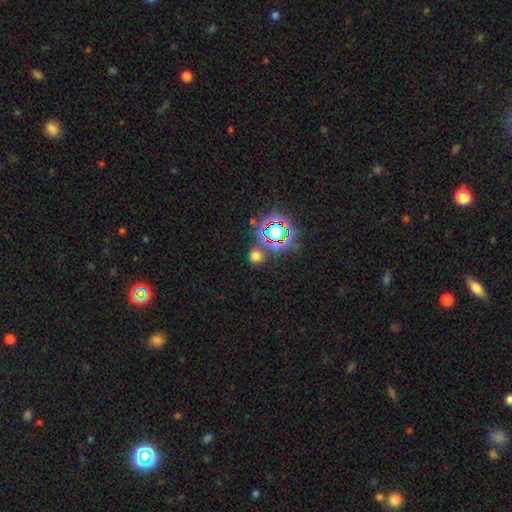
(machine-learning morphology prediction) This appears to be a smooth galaxy with no disk features (56%) that is round (85%). Merging: none (78%).